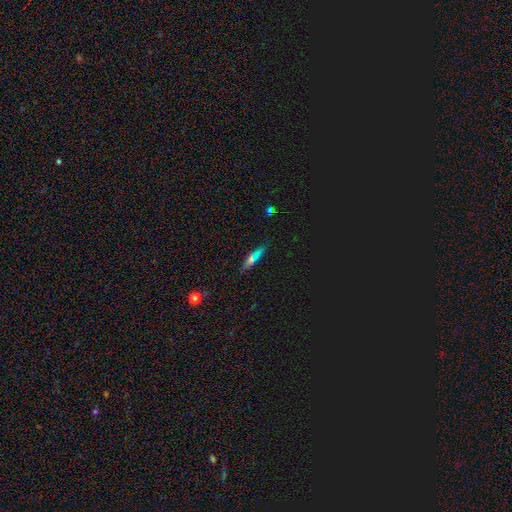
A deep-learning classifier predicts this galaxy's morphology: smooth_or_featured: smooth (p=0.57) [alt: star or artifact p=0.22]
how_rounded: cigar-shaped (p=0.63) [alt: in between p=0.32]
merging: none (p=0.85) [alt: minor disturbance p=0.10]